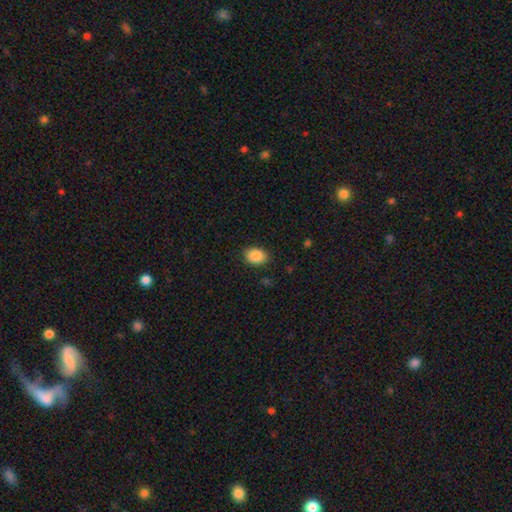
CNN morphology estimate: Overall: smooth (89%). How rounded: in between (71%). Merging: none (86%).